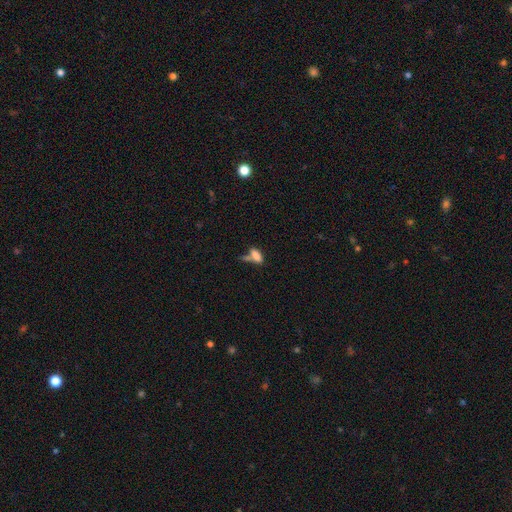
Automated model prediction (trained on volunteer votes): Q: Smooth or featured?
A: smooth (79%); runner-up: featured or disk (11%)
Q: How rounded?
A: in between (78%); runner-up: cigar-shaped (19%)
Q: Merging?
A: merger (39%); runner-up: none (36%)